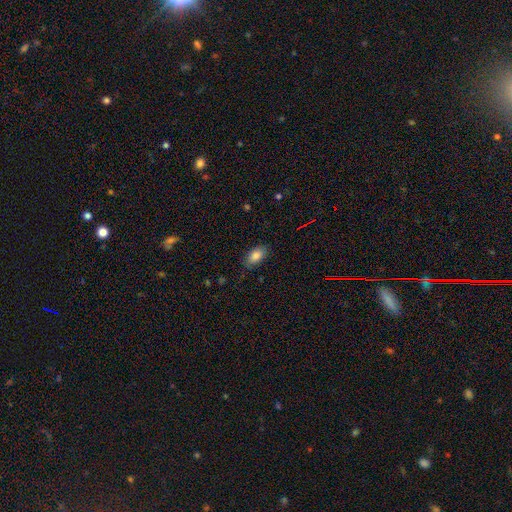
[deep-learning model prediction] Smooth or featured? Predicted: smooth (p=0.85). How rounded? Predicted: in between (p=0.92). Merging? Predicted: none (p=0.82).